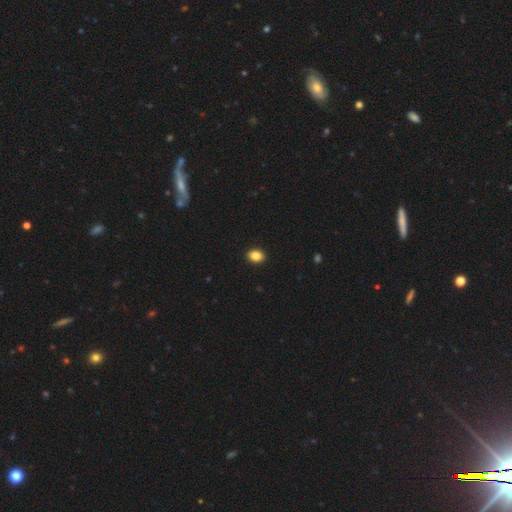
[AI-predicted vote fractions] smooth-or-featured: smooth: 87% | star or artifact: 9% | featured or disk: 4%
  how-rounded: in between: 66% | round: 33% | cigar-shaped: 1%
  merging: none: 92% | minor disturbance: 5% | major disturbance: 2% | merger: 1%